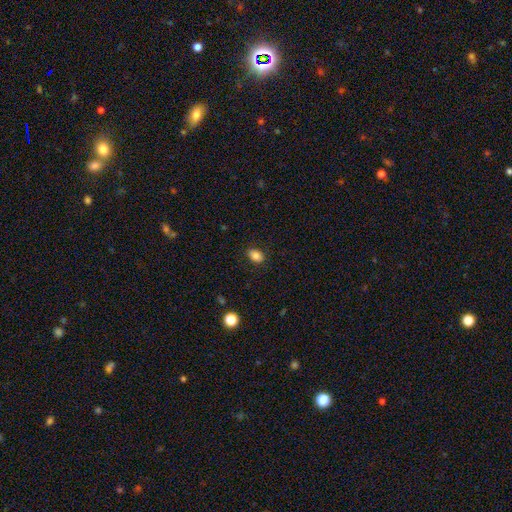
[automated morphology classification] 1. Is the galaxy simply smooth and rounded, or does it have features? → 84% smooth, 10% star or artifact, 6% featured or disk.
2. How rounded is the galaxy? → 75% in between, 24% round, 1% cigar-shaped.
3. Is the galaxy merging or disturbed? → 86% none, 10% minor disturbance, 3% major disturbance, 1% merger.